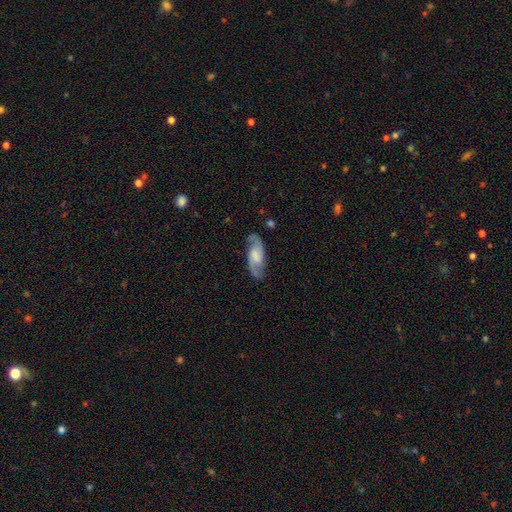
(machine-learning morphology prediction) This is clearly a featured or disk galaxy (81%). It is clearly not viewed edge-on (93%). Bar: possibly weak (47%). Spiral arm pattern: clearly yes (96%). Spiral arm count: clearly 2 (92%). Spiral winding: possibly medium (51%). Central bulge: marginally none (31%). Merging: clearly none (82%).